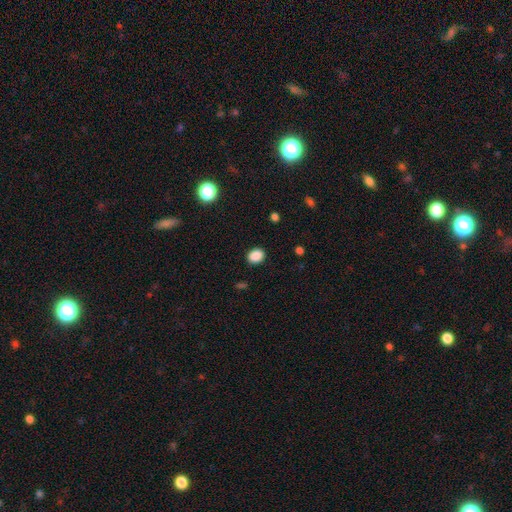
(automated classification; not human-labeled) This is clearly a smooth galaxy (88%). How rounded: possibly in between (50%). Merging: clearly none (88%).